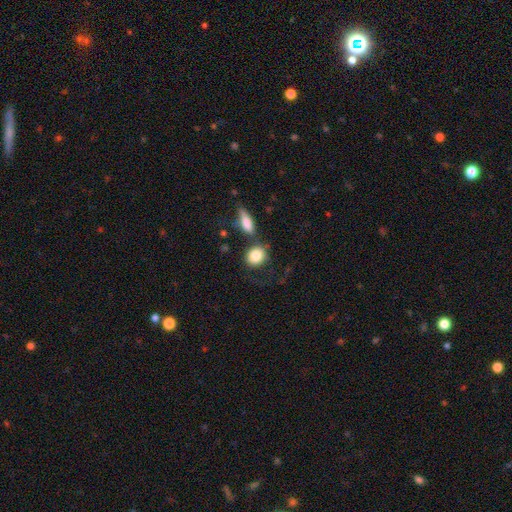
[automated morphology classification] smooth 83%, featured or disk 10%, star or artifact 7%. Down the decision tree: how rounded — round (67%); merging — none (55%).